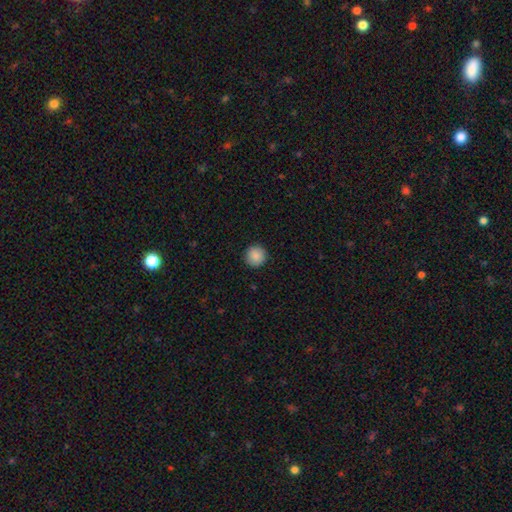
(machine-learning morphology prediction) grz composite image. It shows a smooth galaxy with no disk features (88%) that is round (95%). Merging: none (92%).